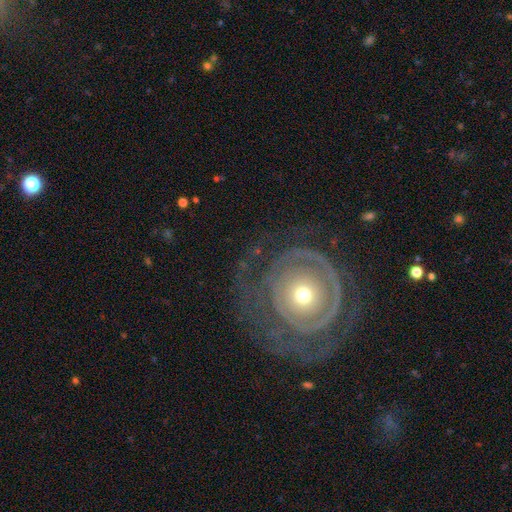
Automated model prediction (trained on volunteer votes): A featured or disk galaxy (80%) with no bar (84%), tight (81%) spiral arms (79%) and a moderate central bulge (51%). Merging: none (75%).